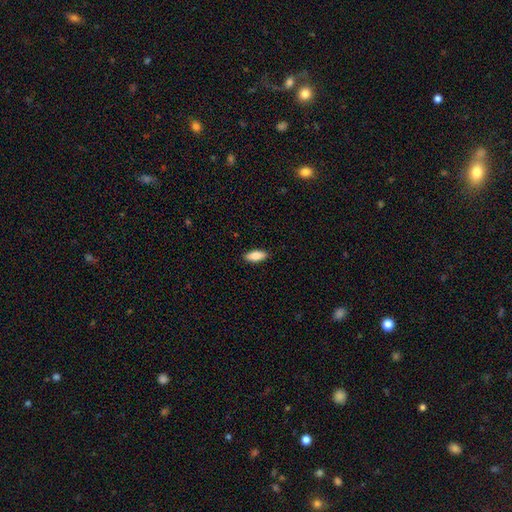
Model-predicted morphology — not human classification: Smooth or featured: smooth — 85% (featured or disk — 9%)
How rounded: in between — 82% (cigar-shaped — 16%)
Merging: none — 90% (minor disturbance — 7%)